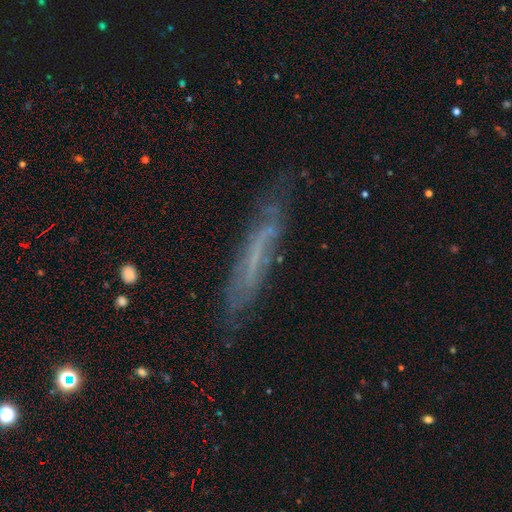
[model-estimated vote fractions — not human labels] Q: Smooth or featured?
A: featured or disk (55%); runner-up: smooth (34%)
Q: Edge-on disk?
A: yes (61%); runner-up: no (39%)
Q: Merging?
A: none (67%); runner-up: minor disturbance (22%)